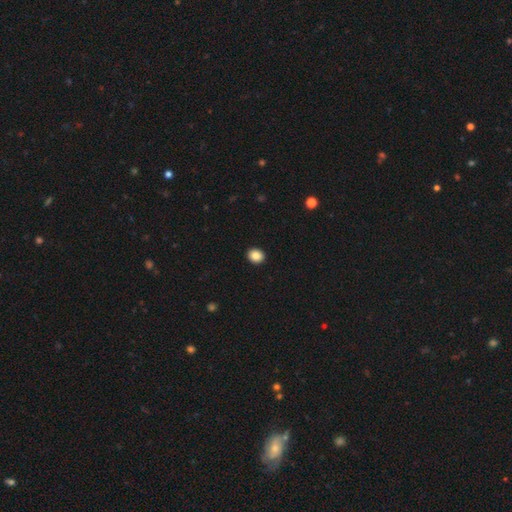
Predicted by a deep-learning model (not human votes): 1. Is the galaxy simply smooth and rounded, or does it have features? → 87% smooth, 9% star or artifact, 4% featured or disk.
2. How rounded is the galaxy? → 63% round, 37% in between, 1% cigar-shaped.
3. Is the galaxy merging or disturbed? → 93% none, 5% minor disturbance, 2% major disturbance, 1% merger.